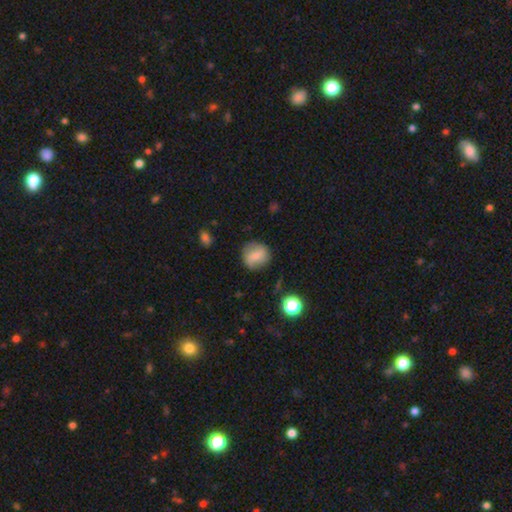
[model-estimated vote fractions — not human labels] Smooth or featured: smooth — 66% (featured or disk — 25%)
How rounded: round — 87% (in between — 12%)
Merging: none — 78% (minor disturbance — 16%)